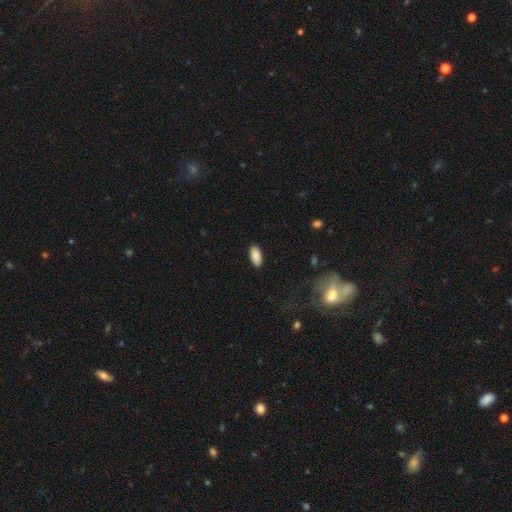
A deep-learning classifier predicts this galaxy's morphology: Smooth or featured? smooth (89%)
How rounded? in between (92%)
Merging? none (88%)